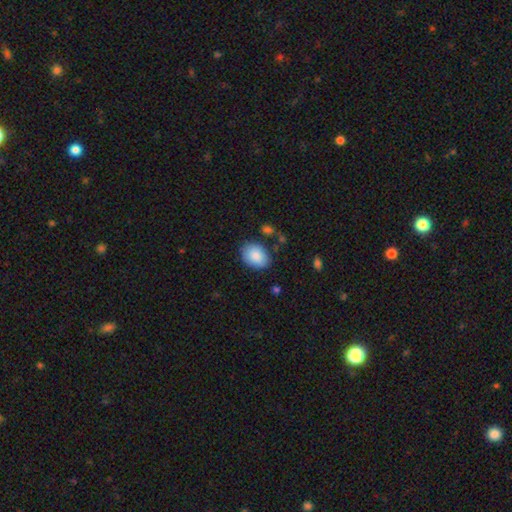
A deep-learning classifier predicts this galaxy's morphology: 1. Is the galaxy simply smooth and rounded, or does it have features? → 87% smooth, 6% star or artifact, 6% featured or disk.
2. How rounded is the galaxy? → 78% in between, 21% round, 1% cigar-shaped.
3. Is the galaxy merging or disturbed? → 80% none, 14% minor disturbance, 3% major disturbance, 3% merger.